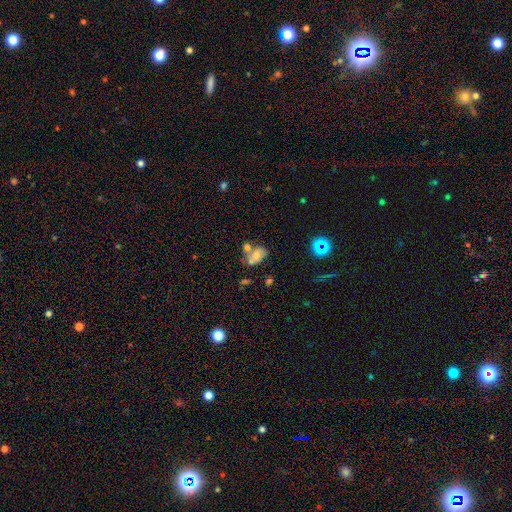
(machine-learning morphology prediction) type=smooth (53%); roundness=in between (76%); merging=merger (42%).